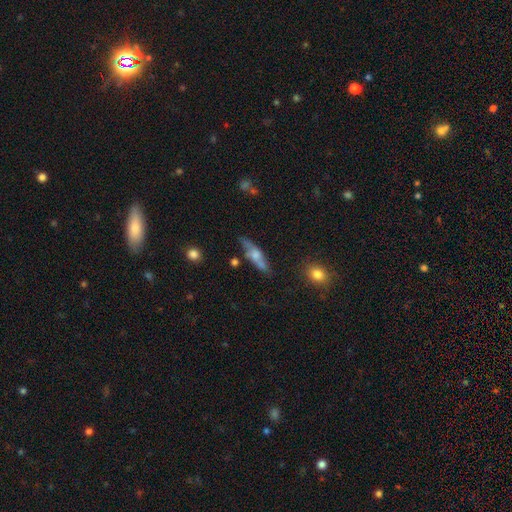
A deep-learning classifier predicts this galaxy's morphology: Smooth or featured: smooth — 52% (featured or disk — 41%)
How rounded: cigar-shaped — 63% (in between — 33%)
Merging: none — 62% (minor disturbance — 24%)